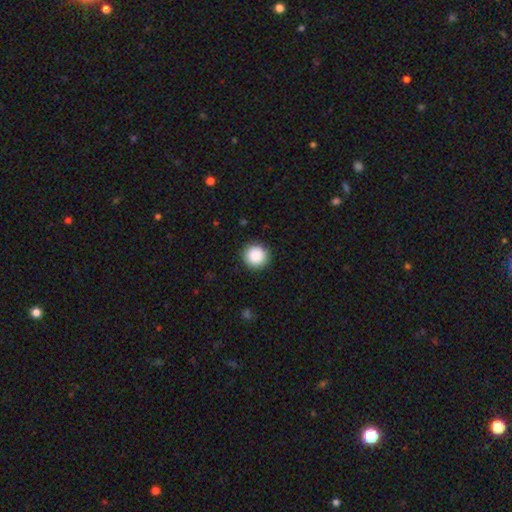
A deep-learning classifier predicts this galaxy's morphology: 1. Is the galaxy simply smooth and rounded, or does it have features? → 88% smooth, 8% star or artifact, 4% featured or disk.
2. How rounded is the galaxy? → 95% round, 4% in between, 1% cigar-shaped.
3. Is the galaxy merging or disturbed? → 92% none, 6% minor disturbance, 2% major disturbance, 1% merger.